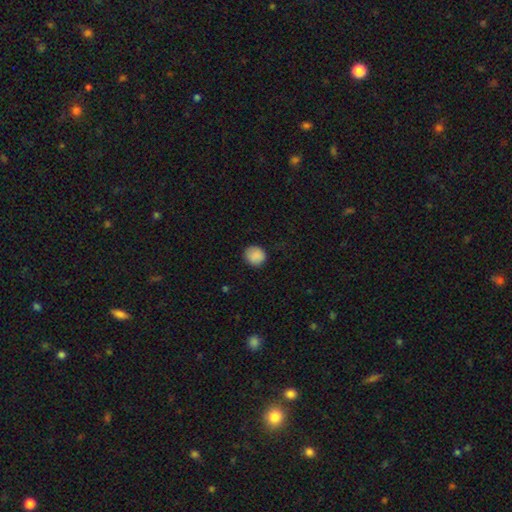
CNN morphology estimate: Smooth or featured? Predicted: smooth (p=0.88). How rounded? Predicted: round (p=0.82). Merging? Predicted: none (p=0.83).